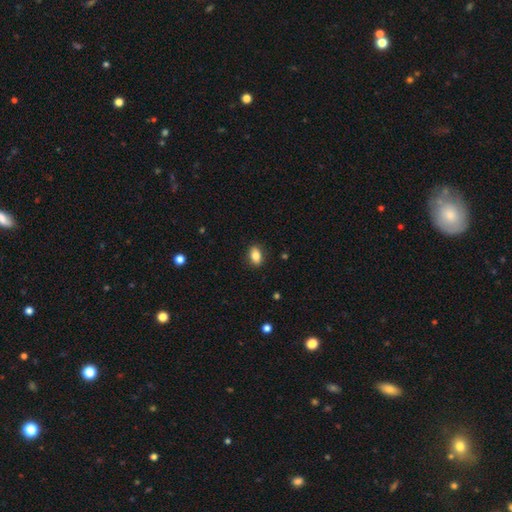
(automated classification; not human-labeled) Smooth or featured? smooth (84%)
How rounded? in between (86%)
Merging? none (88%)